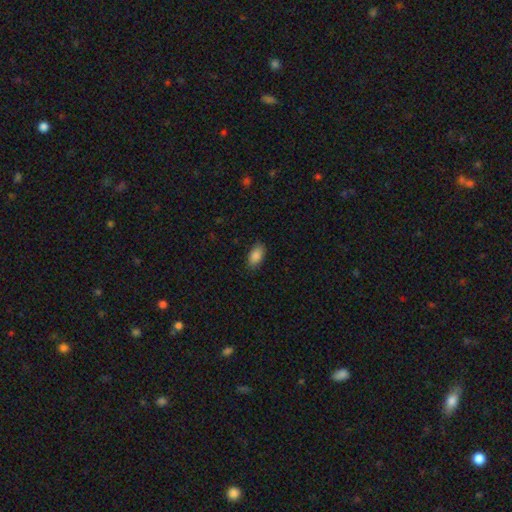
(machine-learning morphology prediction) smooth-or-featured: smooth: 88% | star or artifact: 7% | featured or disk: 5%
  how-rounded: in between: 93% | round: 4% | cigar-shaped: 3%
  merging: none: 84% | minor disturbance: 12% | major disturbance: 3% | merger: 1%